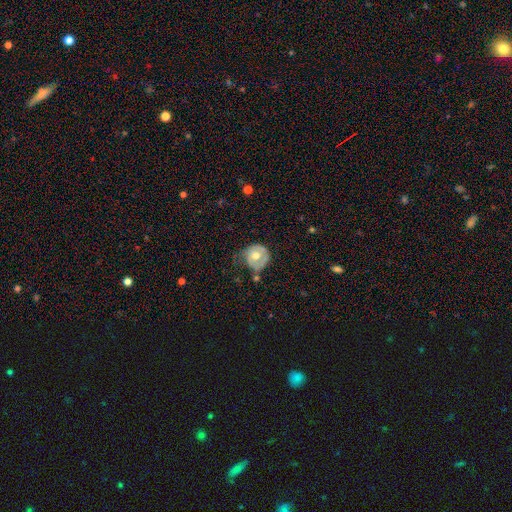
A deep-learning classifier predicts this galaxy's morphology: type=smooth (51%); roundness=round (83%); merging=none (42%).